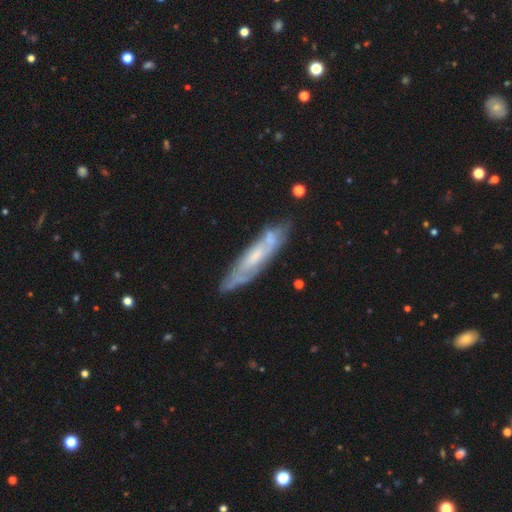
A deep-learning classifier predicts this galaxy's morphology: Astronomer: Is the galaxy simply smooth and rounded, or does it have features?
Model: featured or disk — 65%.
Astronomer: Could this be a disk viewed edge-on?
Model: no — 56% (runner-up: yes, 44%).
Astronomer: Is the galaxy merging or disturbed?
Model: none — 71%.